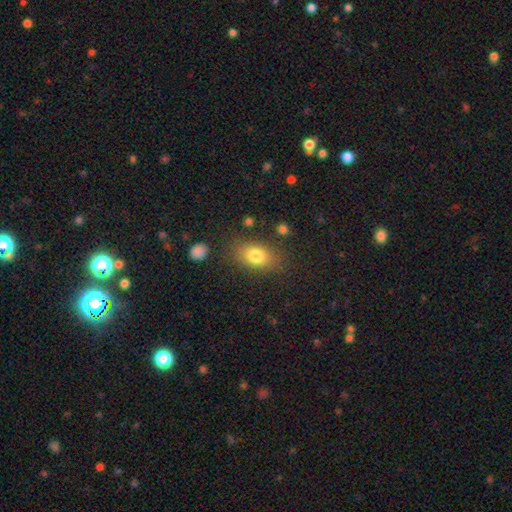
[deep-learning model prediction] A smooth galaxy with no disk features (79%) that is in between round and cigar-shaped (78%).

Vote fractions:
- Smooth or featured? smooth: 79% / featured or disk: 10% / star or artifact: 10%
- How rounded? in between: 78% / round: 18% / cigar-shaped: 3%
- Merging? none: 77% / minor disturbance: 14% / major disturbance: 6% / merger: 3%